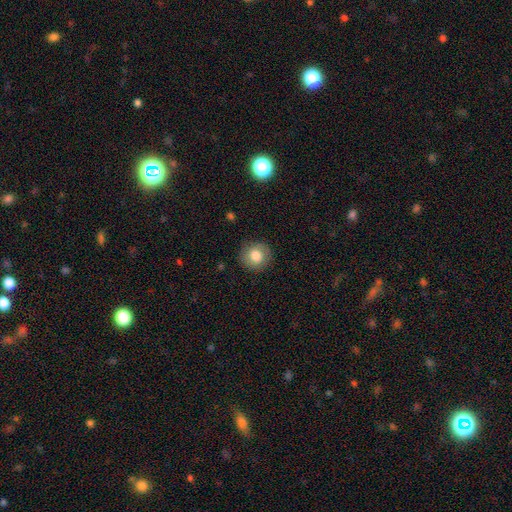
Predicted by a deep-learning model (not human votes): Smooth or featured: smooth — 81% (featured or disk — 11%)
How rounded: round — 89% (in between — 10%)
Merging: none — 88% (minor disturbance — 8%)